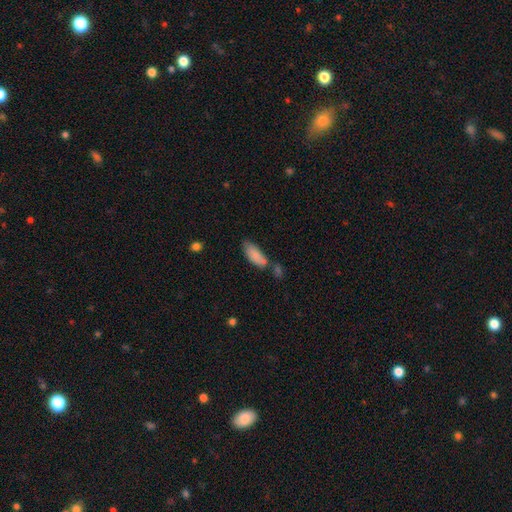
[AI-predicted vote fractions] A smooth galaxy with no disk features (85%) that is in between round and cigar-shaped (77%).

Vote fractions:
- Smooth or featured? smooth: 85% / featured or disk: 8% / star or artifact: 7%
- How rounded? in between: 77% / cigar-shaped: 21% / round: 2%
- Merging? none: 49% / merger: 22% / minor disturbance: 22% / major disturbance: 7%